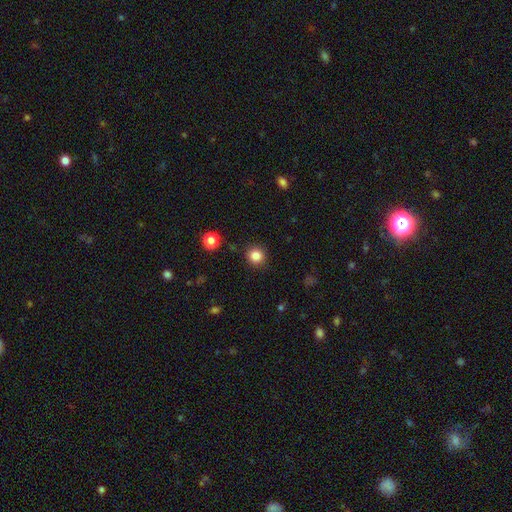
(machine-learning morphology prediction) smooth-or-featured: smooth: 83% | star or artifact: 12% | featured or disk: 4%
  how-rounded: round: 92% | in between: 7% | cigar-shaped: 1%
  merging: none: 90% | minor disturbance: 6% | major disturbance: 2% | merger: 1%